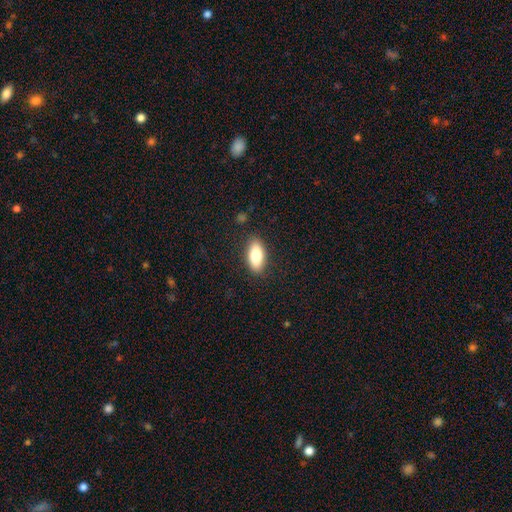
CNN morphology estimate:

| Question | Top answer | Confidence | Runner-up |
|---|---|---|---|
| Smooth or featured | smooth | 80% | featured or disk (13%) |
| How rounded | in between | 86% | cigar-shaped (11%) |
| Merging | none | 86% | minor disturbance (10%) |